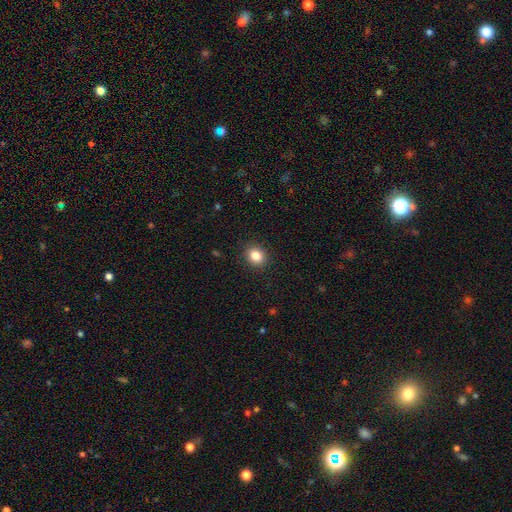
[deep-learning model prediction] smooth 84%, star or artifact 11%, featured or disk 5%. Down the decision tree: how rounded — round (71%); merging — none (90%).